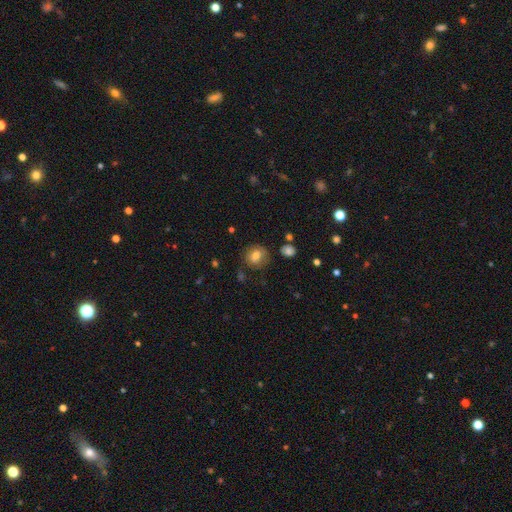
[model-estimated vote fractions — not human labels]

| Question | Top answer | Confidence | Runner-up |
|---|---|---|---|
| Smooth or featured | smooth | 71% | featured or disk (18%) |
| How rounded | round | 70% | in between (29%) |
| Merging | none | 69% | minor disturbance (20%) |